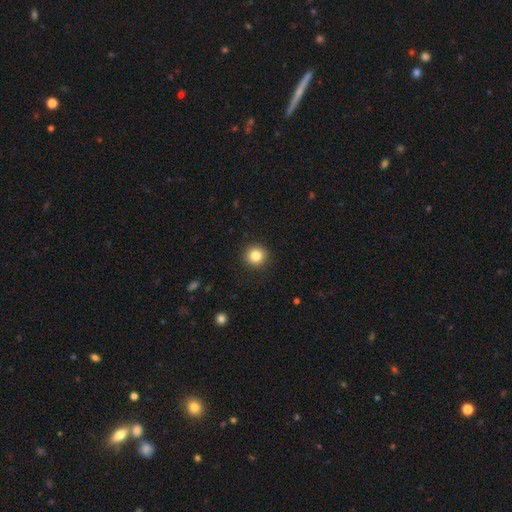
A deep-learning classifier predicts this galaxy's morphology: This appears to be a smooth galaxy with no disk features (84%) that is round (94%). Merging: none (92%).